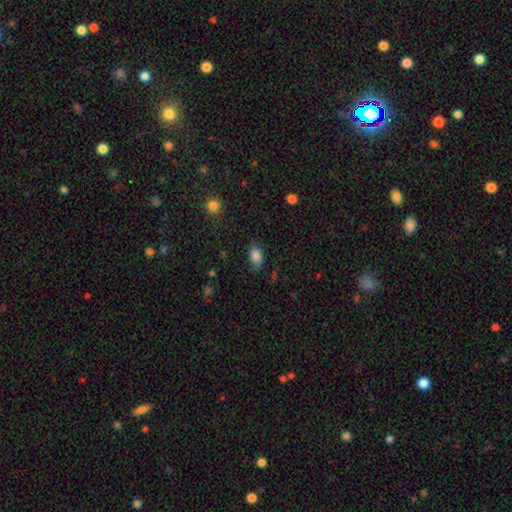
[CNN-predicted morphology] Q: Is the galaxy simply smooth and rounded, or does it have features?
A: smooth — 82%.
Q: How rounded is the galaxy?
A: in between — 85%.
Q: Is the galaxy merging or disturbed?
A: none — 69%.